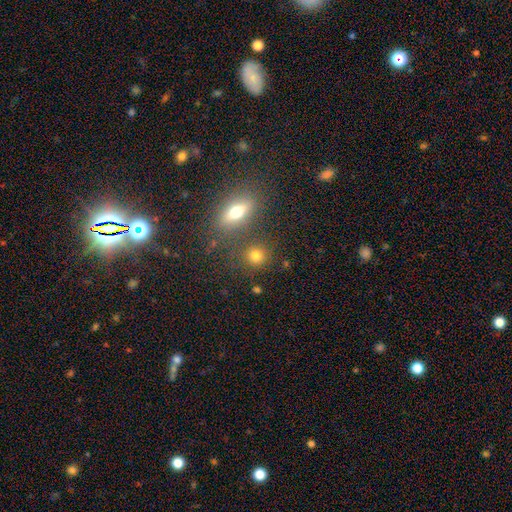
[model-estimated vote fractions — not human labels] smooth 73%, star or artifact 17%, featured or disk 11%. Down the decision tree: how rounded — round (81%); merging — none (78%).